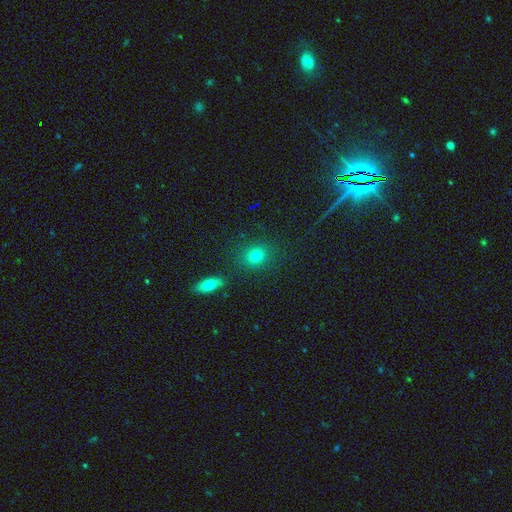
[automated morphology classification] type=smooth (76%); roundness=round (76%); merging=none (84%).